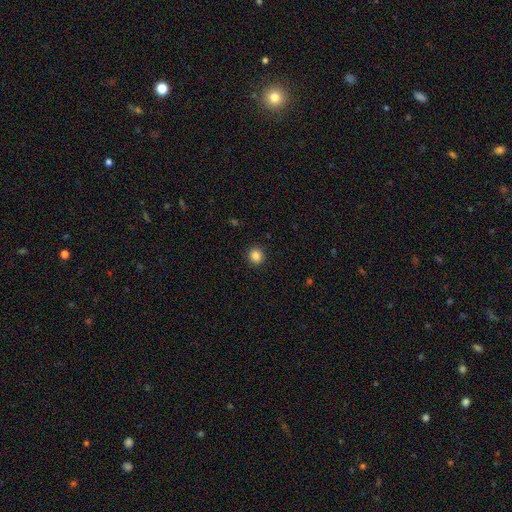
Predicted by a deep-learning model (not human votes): Smooth or featured? smooth (86%)
How rounded? round (90%)
Merging? none (91%)